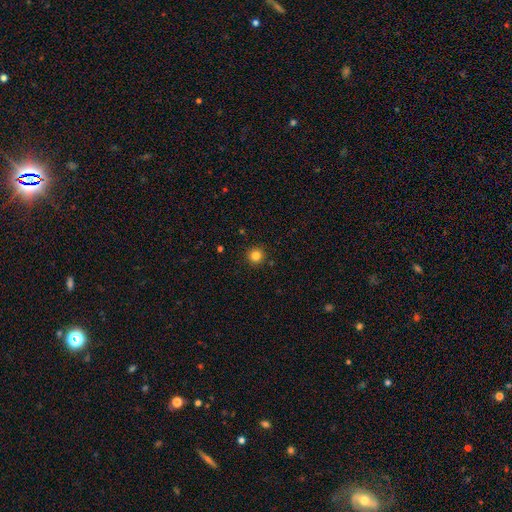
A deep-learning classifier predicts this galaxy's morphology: The model was most divided on "smooth or featured": smooth: 83%, star or artifact: 12%, featured or disk: 4%. More confident: how rounded — round (95%); merging — none (92%).